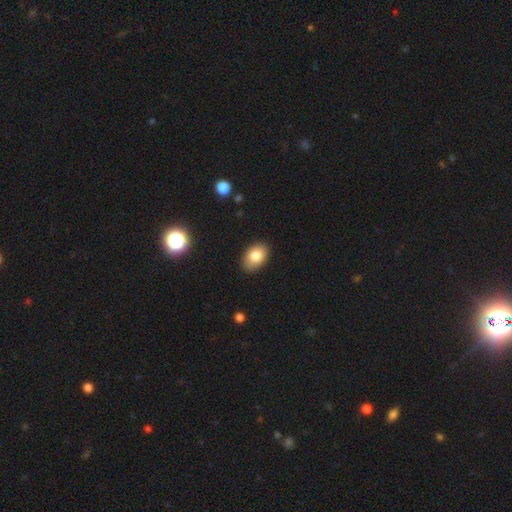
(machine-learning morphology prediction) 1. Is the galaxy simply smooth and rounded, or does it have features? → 82% smooth, 10% featured or disk, 8% star or artifact.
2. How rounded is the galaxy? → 89% in between, 10% round, 1% cigar-shaped.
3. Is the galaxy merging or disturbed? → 85% none, 11% minor disturbance, 2% major disturbance, 1% merger.